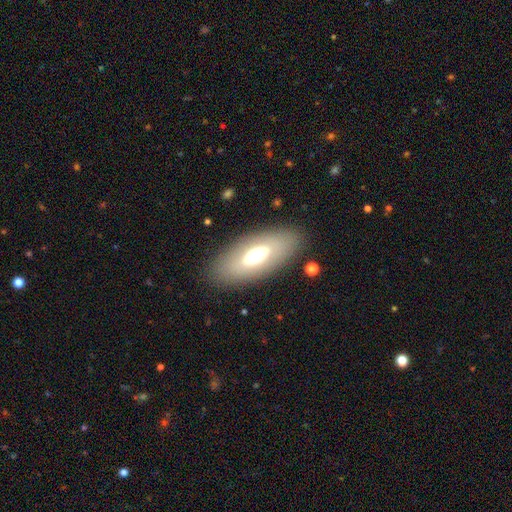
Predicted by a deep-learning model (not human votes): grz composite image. It shows a smooth galaxy with no disk features (56%) that is in between round and cigar-shaped (87%). Merging: none (84%).